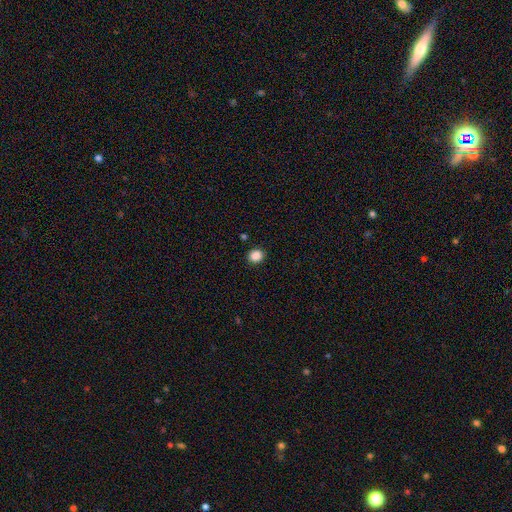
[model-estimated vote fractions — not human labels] smooth 87%, star or artifact 10%, featured or disk 3%. Down the decision tree: how rounded — round (71%); merging — none (90%).